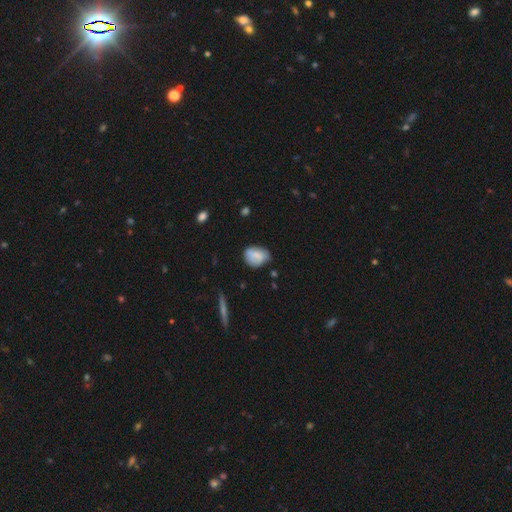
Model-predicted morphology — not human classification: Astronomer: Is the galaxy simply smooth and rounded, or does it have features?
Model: smooth — 73%.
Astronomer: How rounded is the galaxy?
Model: in between — 63%.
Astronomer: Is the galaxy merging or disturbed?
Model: none — 58%.